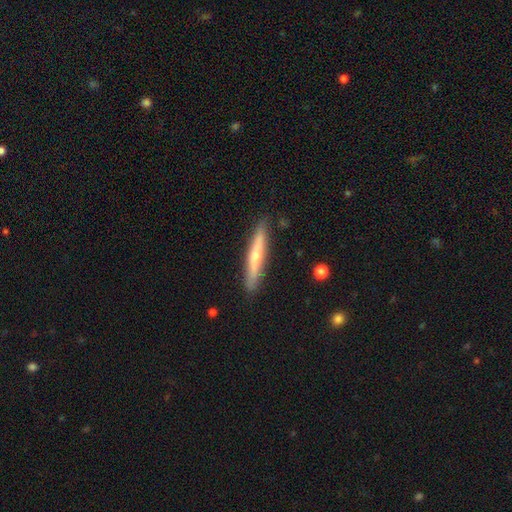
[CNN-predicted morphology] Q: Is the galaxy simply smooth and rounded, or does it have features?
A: featured or disk — 54%.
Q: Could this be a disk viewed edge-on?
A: yes — 93%.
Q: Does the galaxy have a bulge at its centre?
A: rounded — 74%.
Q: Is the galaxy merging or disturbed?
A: none — 89%.